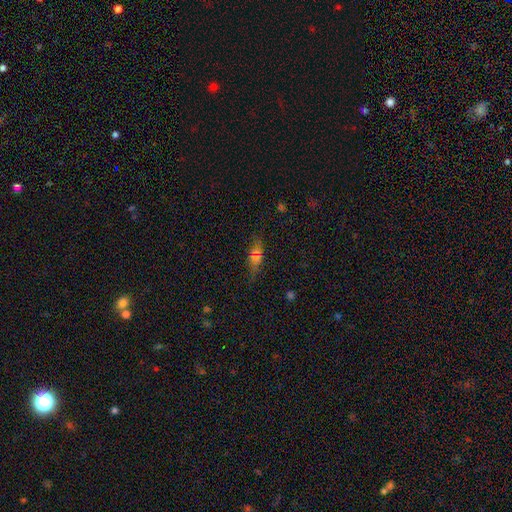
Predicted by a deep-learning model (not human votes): This appears to be a smooth galaxy with no disk features (57%) that is in between round and cigar-shaped (71%). Merging: none (74%).